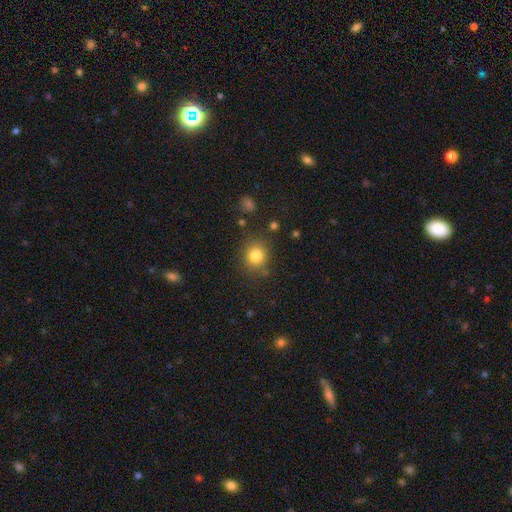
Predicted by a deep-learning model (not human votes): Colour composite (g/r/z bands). It shows a smooth galaxy with no disk features (82%) that is round (86%). Merging: none (82%).